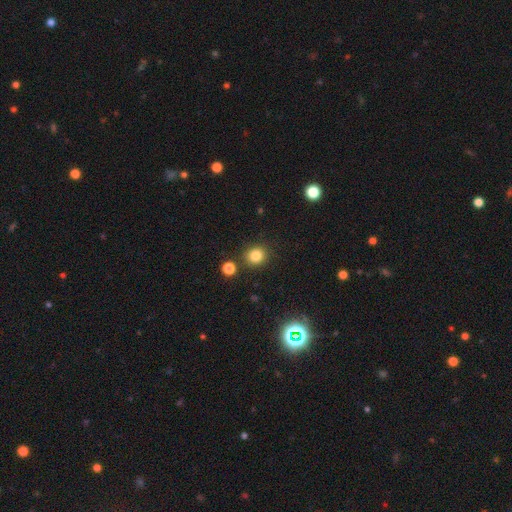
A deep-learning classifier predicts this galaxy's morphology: This is clearly a smooth galaxy (82%). How rounded: clearly round (84%). Merging: clearly none (86%).